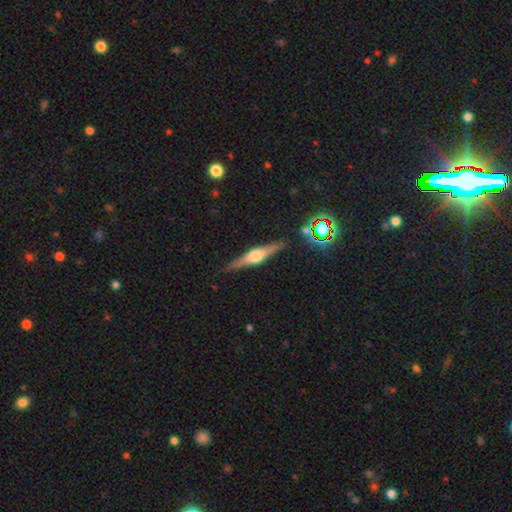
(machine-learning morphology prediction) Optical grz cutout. It shows a featured or disk galaxy (74%) viewed edge-on (97%) with a rounded central bulge (89%). Merging: none (88%).